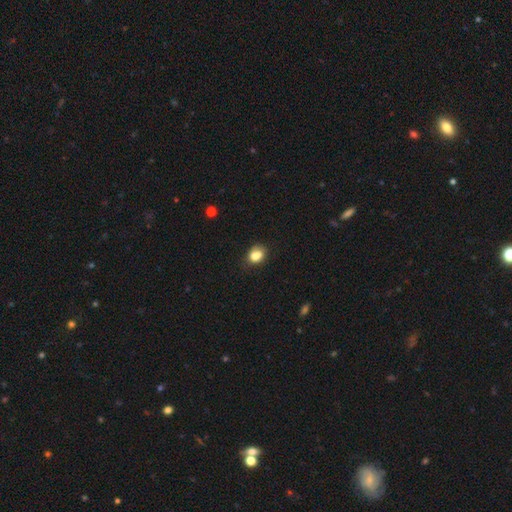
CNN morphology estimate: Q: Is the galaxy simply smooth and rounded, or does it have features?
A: smooth — 78%.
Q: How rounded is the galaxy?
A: in between — 60%.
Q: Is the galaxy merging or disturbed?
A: none — 53%.